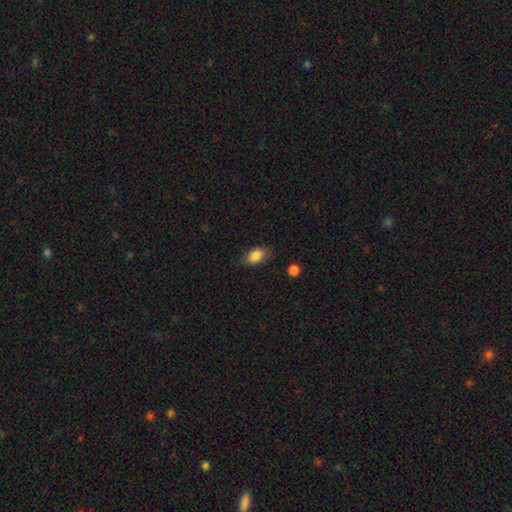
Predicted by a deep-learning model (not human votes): smooth 85%, star or artifact 8%, featured or disk 7%. Down the decision tree: how rounded — in between (89%); merging — none (79%).